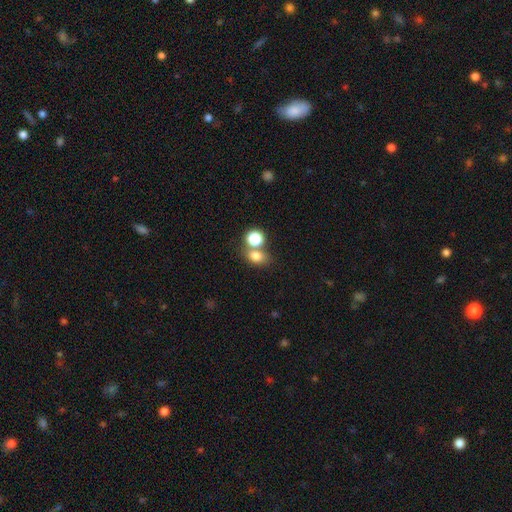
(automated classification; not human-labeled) This appears to be a smooth galaxy with no disk features (76%) that is in between round and cigar-shaped (51%). Merging: none (51%).